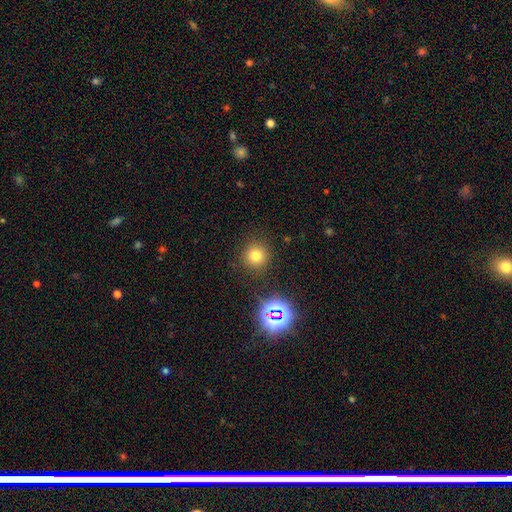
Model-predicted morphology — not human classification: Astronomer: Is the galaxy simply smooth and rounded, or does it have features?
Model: smooth — 73%.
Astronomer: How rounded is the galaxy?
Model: round — 93%.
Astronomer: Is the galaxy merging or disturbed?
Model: none — 88%.